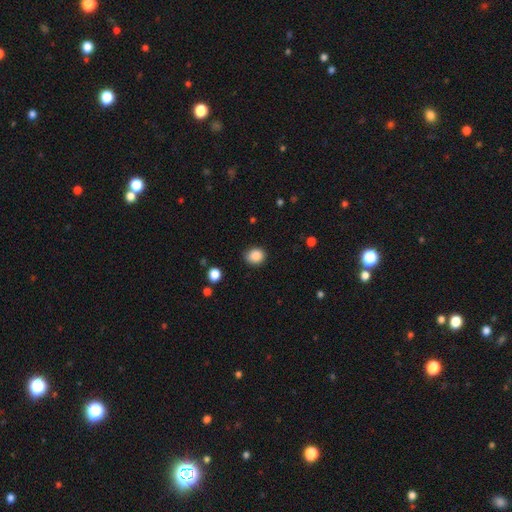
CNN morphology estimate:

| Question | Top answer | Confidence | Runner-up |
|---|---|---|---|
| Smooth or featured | smooth | 87% | star or artifact (10%) |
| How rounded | round | 67% | in between (32%) |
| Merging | none | 84% | minor disturbance (12%) |